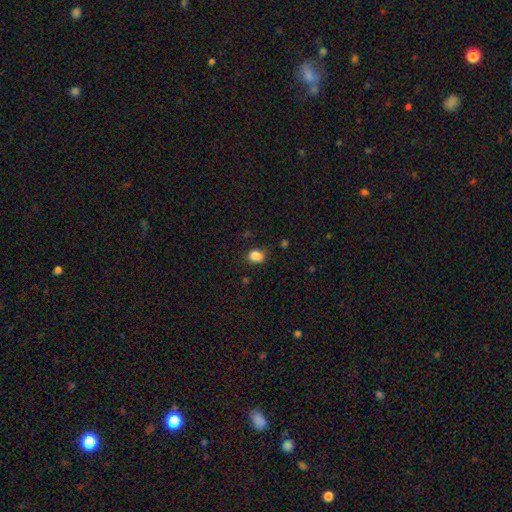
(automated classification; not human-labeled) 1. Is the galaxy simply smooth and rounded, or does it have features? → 85% smooth, 11% star or artifact, 5% featured or disk.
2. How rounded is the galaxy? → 61% in between, 38% round, 1% cigar-shaped.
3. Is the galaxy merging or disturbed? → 68% none, 20% minor disturbance, 6% merger, 5% major disturbance.